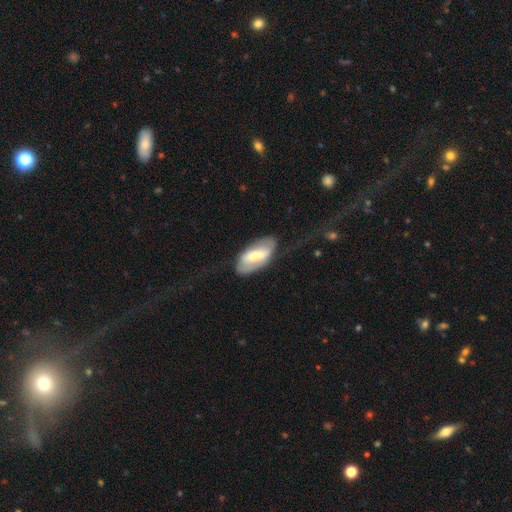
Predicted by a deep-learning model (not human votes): Q: Smooth or featured?
A: featured or disk (50%); runner-up: smooth (45%)
Q: Merging?
A: none (60%); runner-up: minor disturbance (22%)